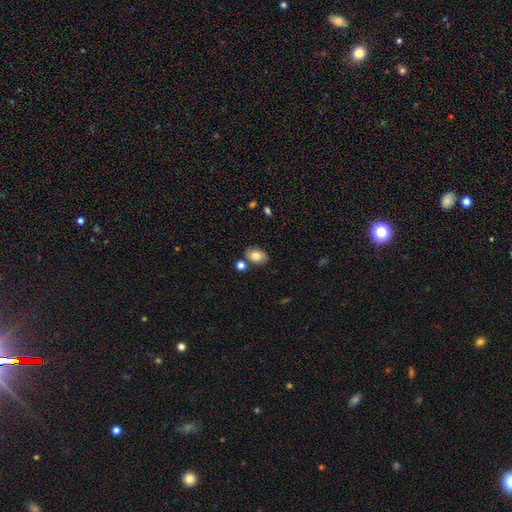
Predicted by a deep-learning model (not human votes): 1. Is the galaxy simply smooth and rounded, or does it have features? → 79% smooth, 13% featured or disk, 8% star or artifact.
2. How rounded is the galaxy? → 80% in between, 19% round, 1% cigar-shaped.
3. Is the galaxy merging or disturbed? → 76% none, 12% minor disturbance, 9% merger, 3% major disturbance.